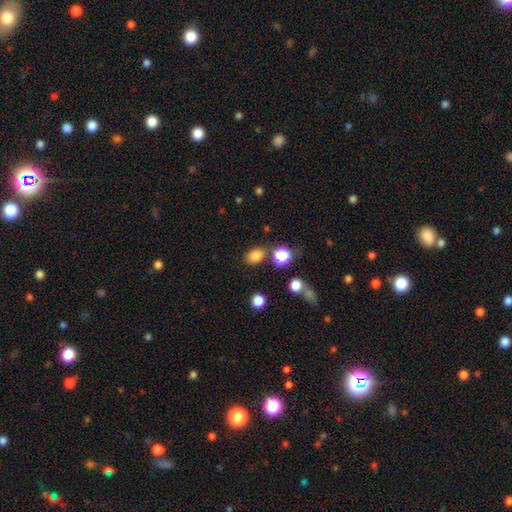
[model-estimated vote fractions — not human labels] smooth-or-featured: smooth: 81% | star or artifact: 13% | featured or disk: 5%
  how-rounded: in between: 67% | round: 32% | cigar-shaped: 1%
  merging: none: 78% | minor disturbance: 11% | merger: 7% | major disturbance: 4%